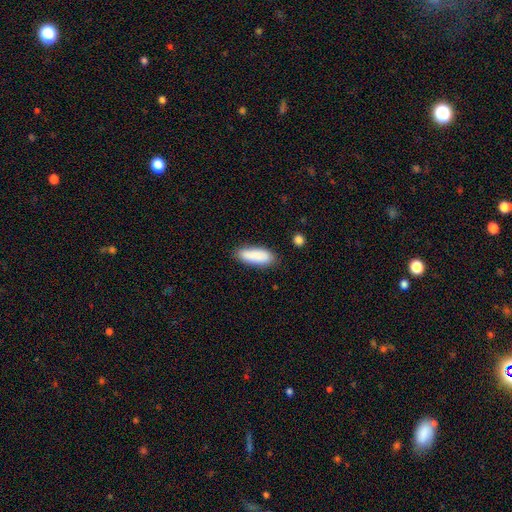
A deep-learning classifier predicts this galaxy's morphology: type=smooth (87%); roundness=in between (68%); merging=none (79%).